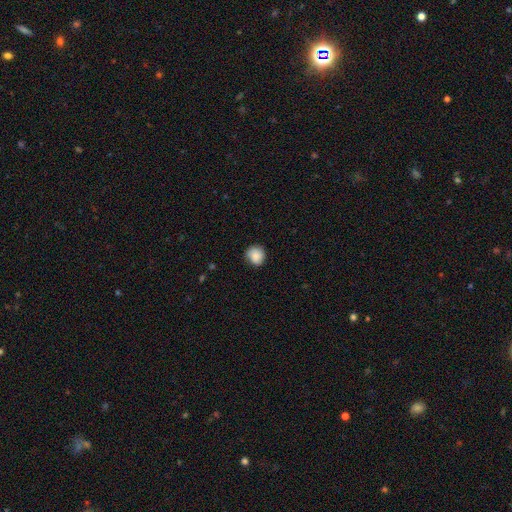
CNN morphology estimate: Overall: smooth (85%). How rounded: round (83%). Merging: none (76%).